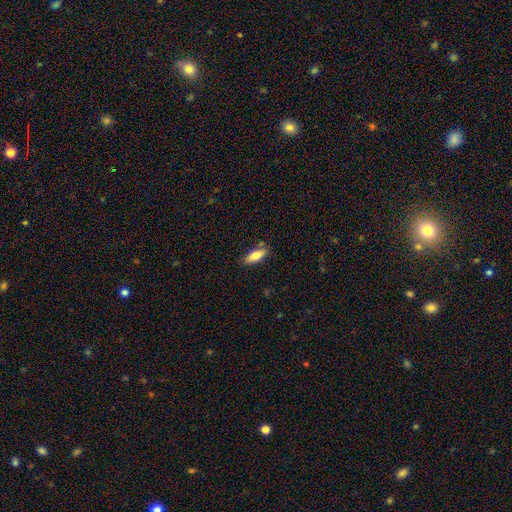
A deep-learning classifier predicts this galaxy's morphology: This is likely a smooth galaxy (78%). How rounded: likely in between (68%). Merging: clearly none (82%).